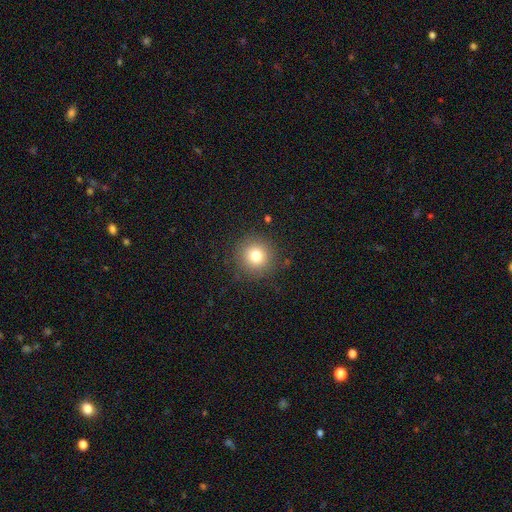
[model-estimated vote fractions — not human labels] smooth 78%, star or artifact 13%, featured or disk 9%. Down the decision tree: how rounded — round (94%); merging — none (88%).